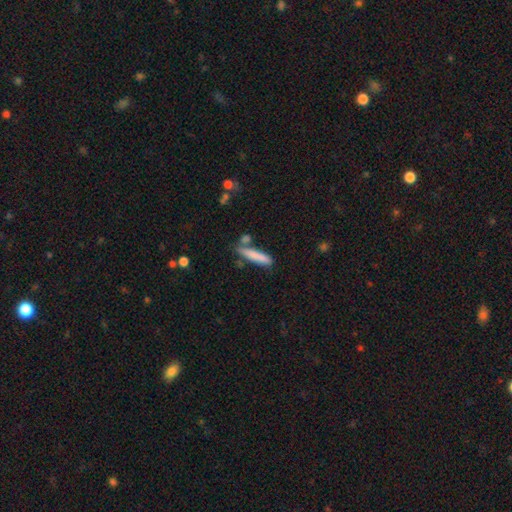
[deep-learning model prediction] Smooth or featured? smooth (79%)
How rounded? cigar-shaped (87%)
Merging? none (69%)